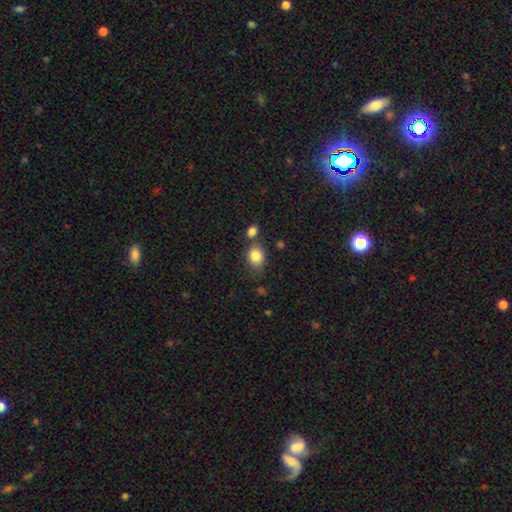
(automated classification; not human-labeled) This appears to be a smooth galaxy with no disk features (85%) that is round (54%). Merging: none (61%).